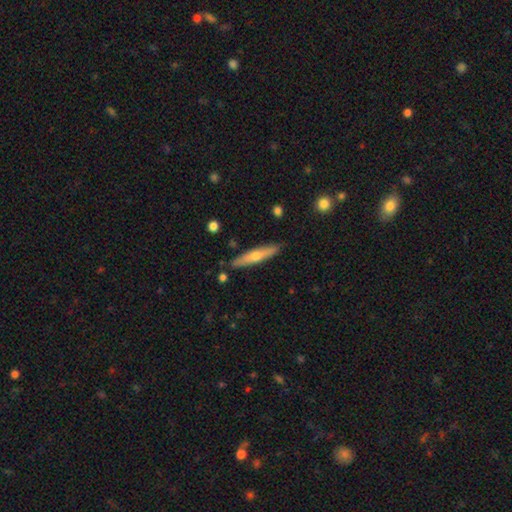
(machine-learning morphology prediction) Smooth or featured? smooth (51%)
How rounded? cigar-shaped (89%)
Merging? none (87%)